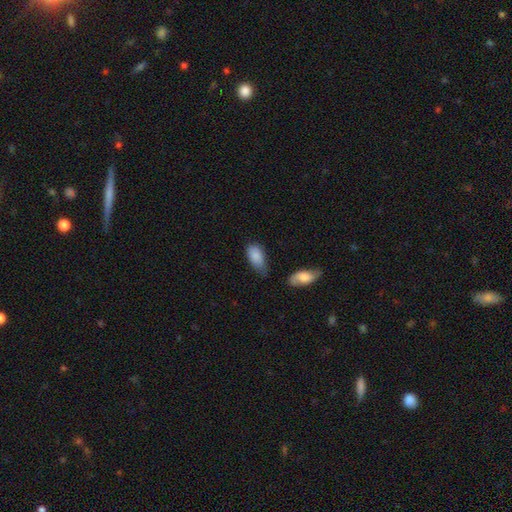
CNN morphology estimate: Smooth or featured? smooth (86%)
How rounded? in between (92%)
Merging? none (43%)